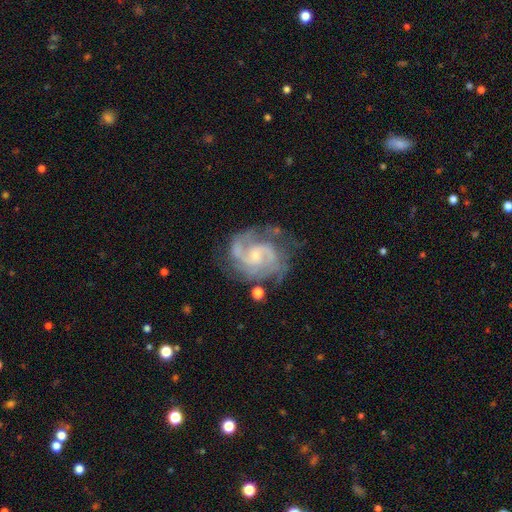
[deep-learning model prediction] Smooth or featured? featured or disk (90%)
Edge-on disk? no (98%)
Bar? no (54%)
Spiral arms? yes (97%)
Spiral winding? medium (47%)
Spiral arm count? 2 (55%)
Bulge size? small (69%)
Merging? none (65%)